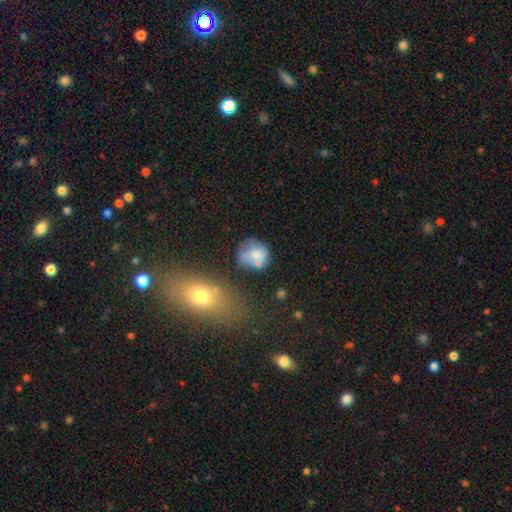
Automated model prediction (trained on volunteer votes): This appears to be a smooth galaxy with no disk features (68%) that is round (71%). Merging: none (43%).